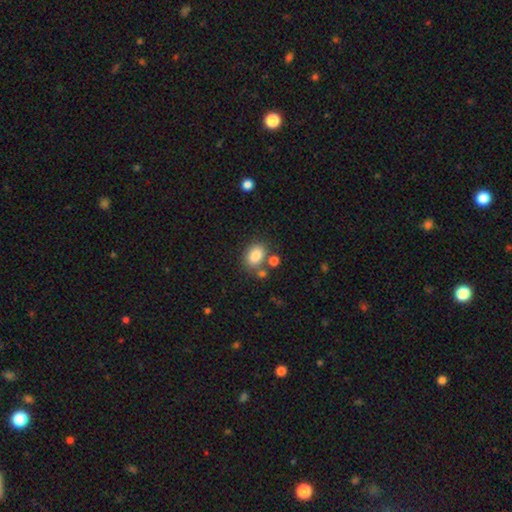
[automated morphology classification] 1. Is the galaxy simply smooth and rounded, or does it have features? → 84% smooth, 9% star or artifact, 7% featured or disk.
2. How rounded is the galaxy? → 72% in between, 27% round, 1% cigar-shaped.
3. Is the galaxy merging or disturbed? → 67% none, 16% merger, 14% minor disturbance, 4% major disturbance.